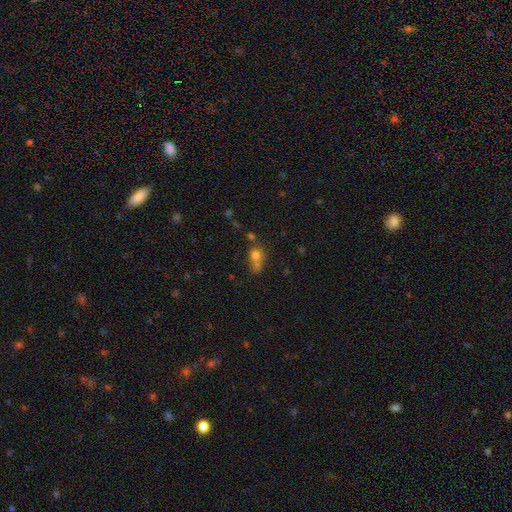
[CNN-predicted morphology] Smooth or featured: smooth — 69% (star or artifact — 17%)
How rounded: round — 72% (in between — 26%)
Merging: merger — 43% (none — 36%)